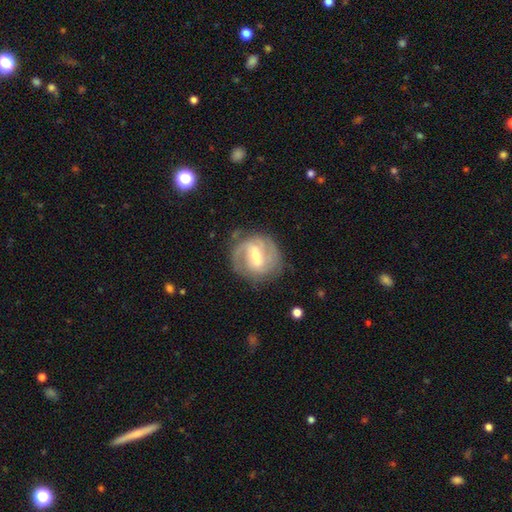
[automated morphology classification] Smooth or featured? featured or disk (84%)
Edge-on disk? no (97%)
Bar? weak (48%)
Spiral arms? yes (94%)
Spiral winding? tight (46%)
Spiral arm count? 2 (60%)
Bulge size? moderate (55%)
Merging? none (74%)